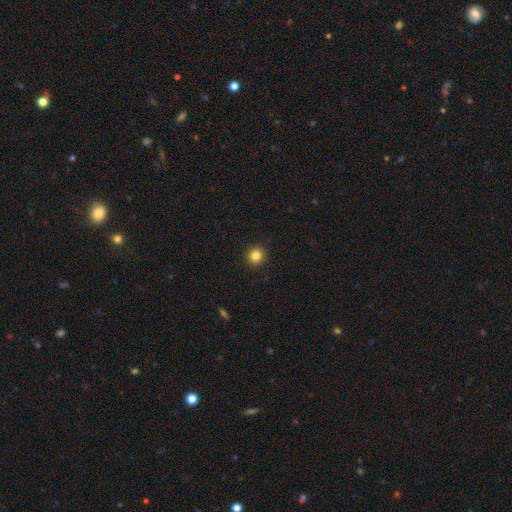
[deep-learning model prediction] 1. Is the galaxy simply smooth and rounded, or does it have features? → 84% smooth, 11% star or artifact, 5% featured or disk.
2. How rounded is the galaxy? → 93% round, 6% in between, 1% cigar-shaped.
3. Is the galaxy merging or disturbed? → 93% none, 5% minor disturbance, 2% major disturbance, 1% merger.